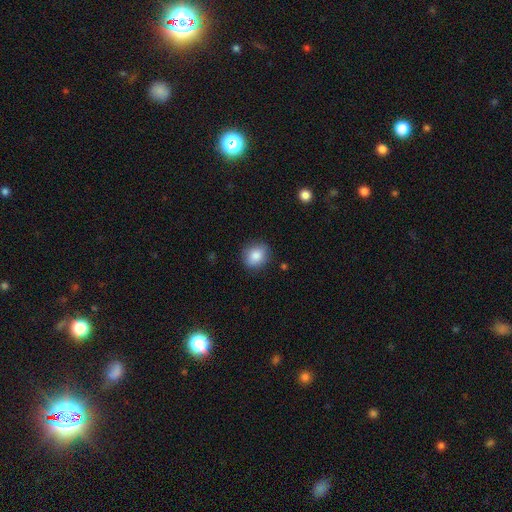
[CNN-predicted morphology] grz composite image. It shows a smooth galaxy with no disk features (86%) that is round (74%). Merging: none (85%).